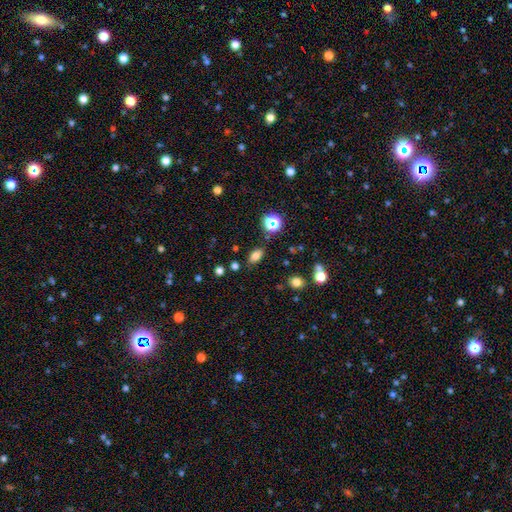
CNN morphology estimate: A smooth galaxy with no disk features (77%) that is in between round and cigar-shaped (85%).

Vote fractions:
- Smooth or featured? smooth: 77% / star or artifact: 15% / featured or disk: 8%
- How rounded? in between: 85% / round: 11% / cigar-shaped: 4%
- Merging? none: 82% / minor disturbance: 12% / major disturbance: 3% / merger: 3%